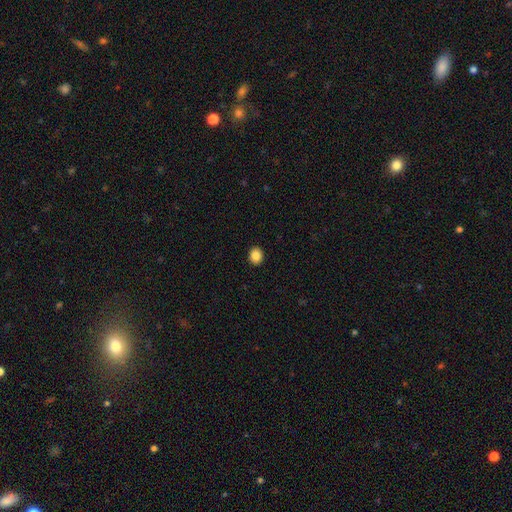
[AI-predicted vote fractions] smooth_or_featured: smooth (p=0.86) [alt: star or artifact p=0.09]
how_rounded: round (p=0.66) [alt: in between p=0.33]
merging: none (p=0.93) [alt: minor disturbance p=0.05]